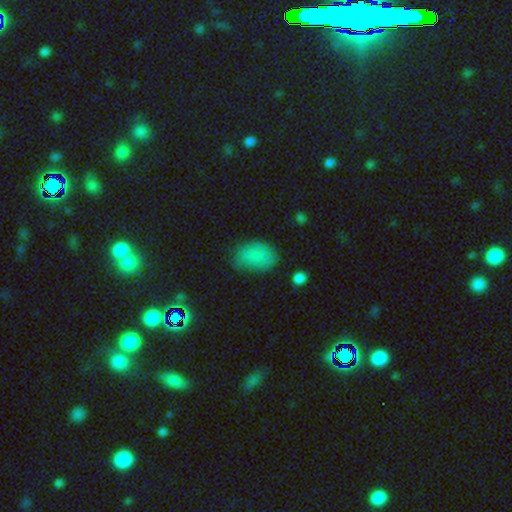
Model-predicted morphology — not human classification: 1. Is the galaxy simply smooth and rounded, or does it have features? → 83% smooth, 11% star or artifact, 6% featured or disk.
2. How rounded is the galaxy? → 85% in between, 14% round, 1% cigar-shaped.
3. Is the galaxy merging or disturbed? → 68% none, 24% minor disturbance, 6% major disturbance, 2% merger.